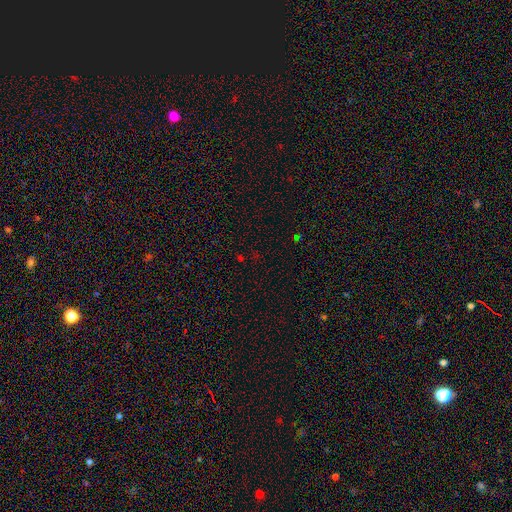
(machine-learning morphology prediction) Smooth or featured: star or artifact — 62% (smooth — 31%)